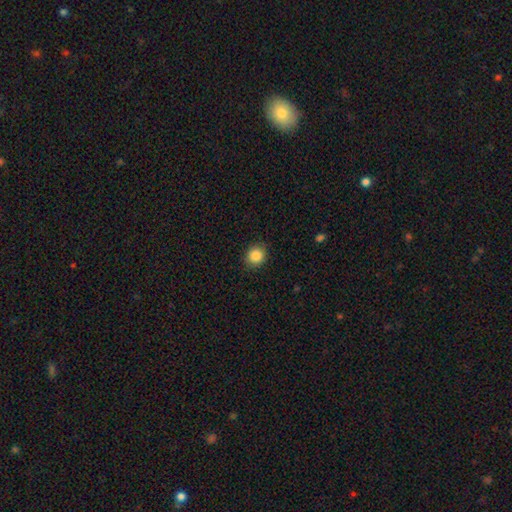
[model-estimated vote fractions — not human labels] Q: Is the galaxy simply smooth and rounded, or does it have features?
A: smooth — 87%.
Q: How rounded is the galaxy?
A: round — 83%.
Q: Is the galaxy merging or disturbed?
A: none — 89%.